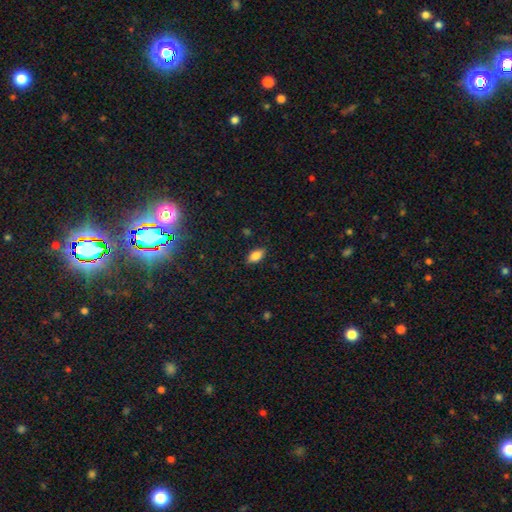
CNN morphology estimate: A smooth galaxy with no disk features (82%) that is in between round and cigar-shaped (90%). Merging: none (86%).